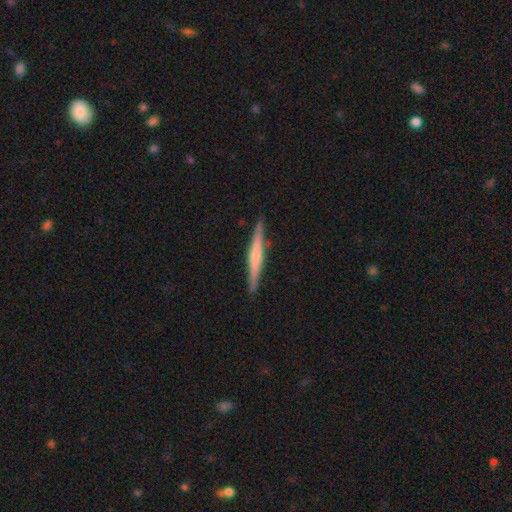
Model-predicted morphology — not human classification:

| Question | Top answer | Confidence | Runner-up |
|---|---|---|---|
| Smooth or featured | featured or disk | 60% | smooth (35%) |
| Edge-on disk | yes | 98% | no (2%) |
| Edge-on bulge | rounded | 46% | none (32%) |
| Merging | none | 90% | minor disturbance (7%) |